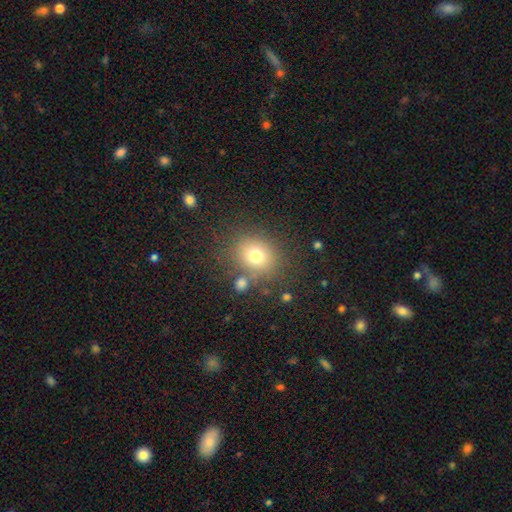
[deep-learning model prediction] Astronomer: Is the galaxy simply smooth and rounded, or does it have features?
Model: smooth — 73%.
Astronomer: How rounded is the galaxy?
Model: round — 73%.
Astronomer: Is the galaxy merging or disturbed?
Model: none — 74%.